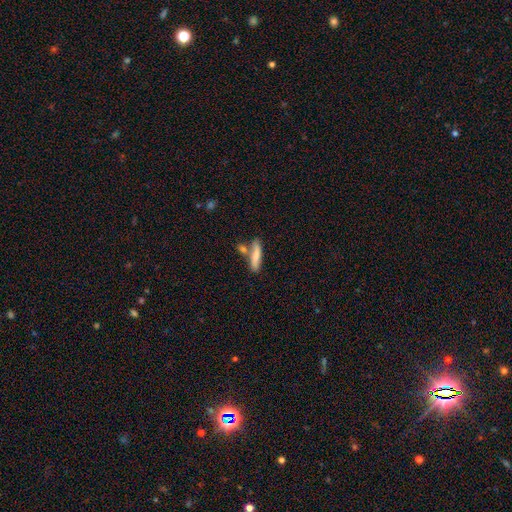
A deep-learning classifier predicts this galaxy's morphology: smooth 72%, featured or disk 22%, star or artifact 6%. Down the decision tree: how rounded — cigar-shaped (76%); merging — none (58%).